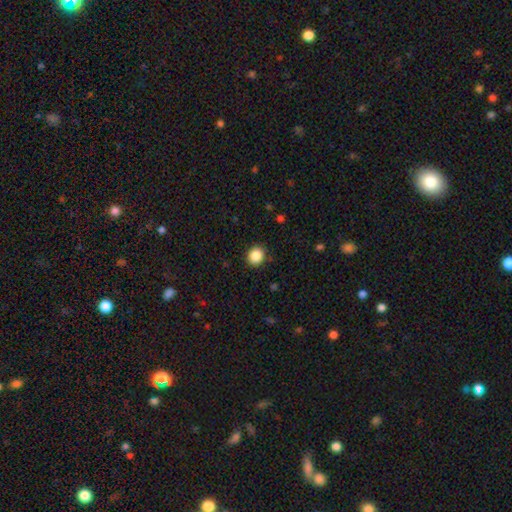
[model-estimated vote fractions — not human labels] smooth 87%, star or artifact 10%, featured or disk 3%. Down the decision tree: how rounded — round (77%); merging — none (89%).